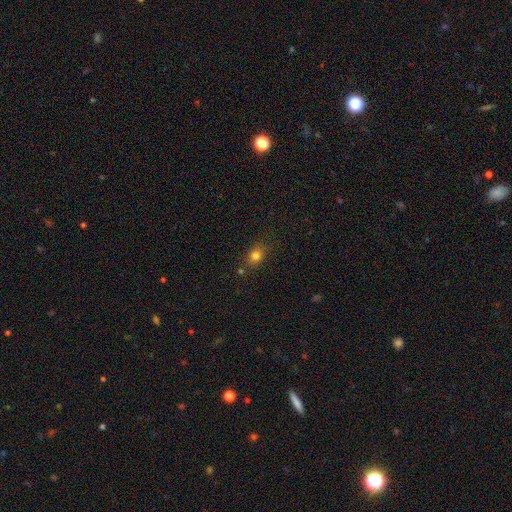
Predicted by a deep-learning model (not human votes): A smooth galaxy with no disk features (78%) that is round (50%).

Vote fractions:
- Smooth or featured? smooth: 78% / star or artifact: 13% / featured or disk: 9%
- How rounded? round: 50% / in between: 48% / cigar-shaped: 2%
- Merging? none: 75% / minor disturbance: 16% / merger: 6% / major disturbance: 4%